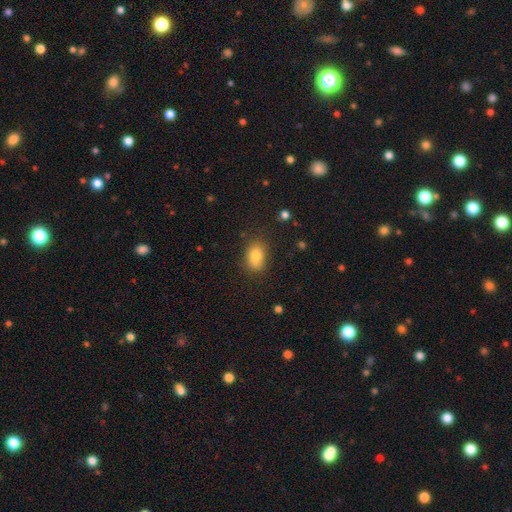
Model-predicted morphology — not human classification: Overall: smooth (81%). How rounded: in between (76%). Merging: none (72%).